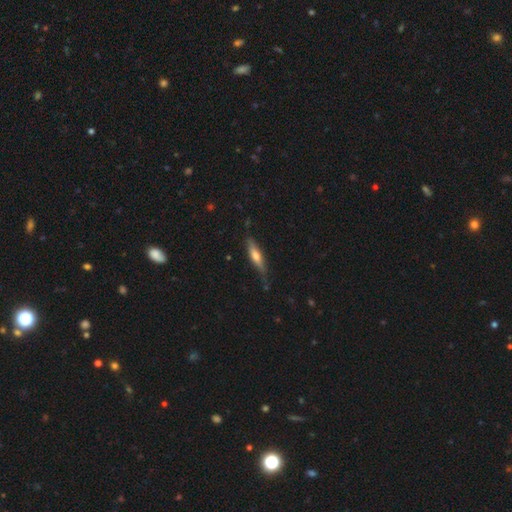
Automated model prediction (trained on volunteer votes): Q: Smooth or featured?
A: smooth (52%); runner-up: featured or disk (42%)
Q: How rounded?
A: cigar-shaped (77%); runner-up: in between (21%)
Q: Merging?
A: none (76%); runner-up: minor disturbance (19%)